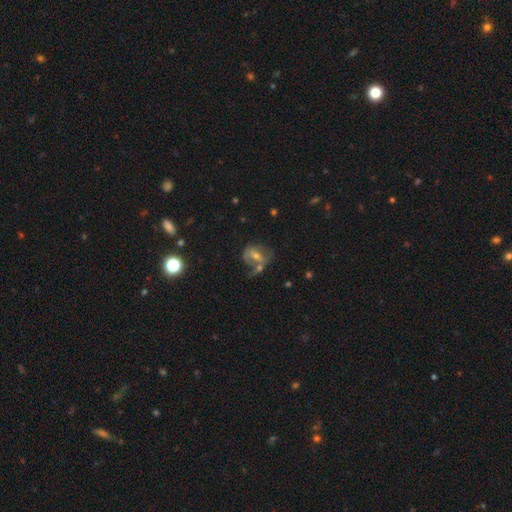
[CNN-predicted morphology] Smooth or featured? featured or disk (56%)
Edge-on disk? no (95%)
Bar? weak (40%)
Spiral arms? yes (55%)
Bulge size? moderate (49%)
Merging? none (32%)